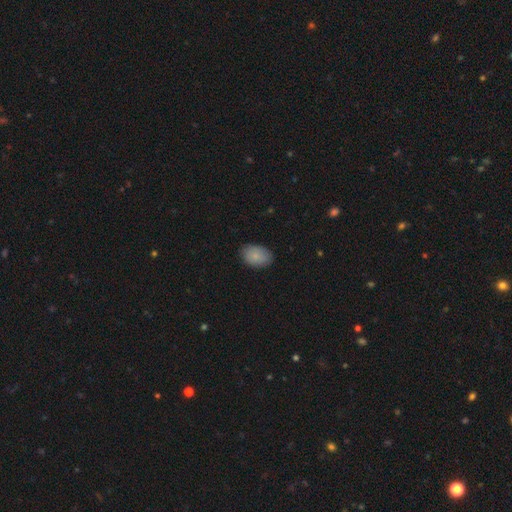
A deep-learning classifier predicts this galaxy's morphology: smooth_or_featured: smooth (p=0.83) [alt: featured or disk p=0.09]
how_rounded: in between (p=0.84) [alt: round p=0.15]
merging: none (p=0.83) [alt: minor disturbance p=0.13]